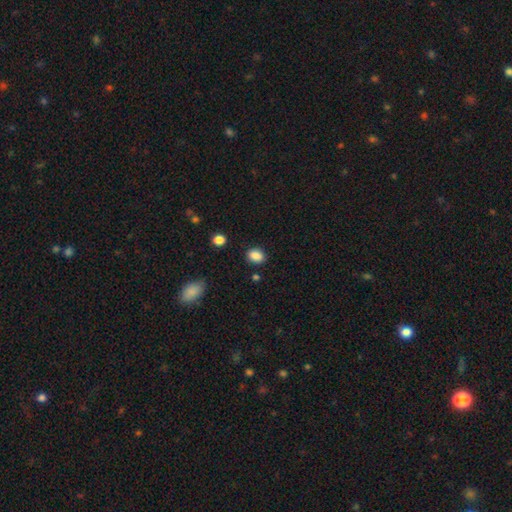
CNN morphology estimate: This is clearly a smooth galaxy (87%). How rounded: likely in between (64%). Merging: clearly none (85%).